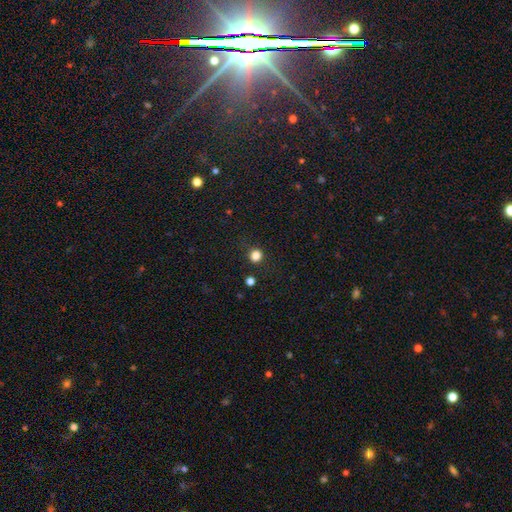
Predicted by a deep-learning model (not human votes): Smooth or featured?
  - smooth: 82% *
  - star or artifact: 14%
  - featured or disk: 4%
How rounded?
  - round: 90% *
  - in between: 9%
  - cigar-shaped: 1%
Merging?
  - none: 88% *
  - minor disturbance: 8%
  - major disturbance: 3%
  - merger: 2%